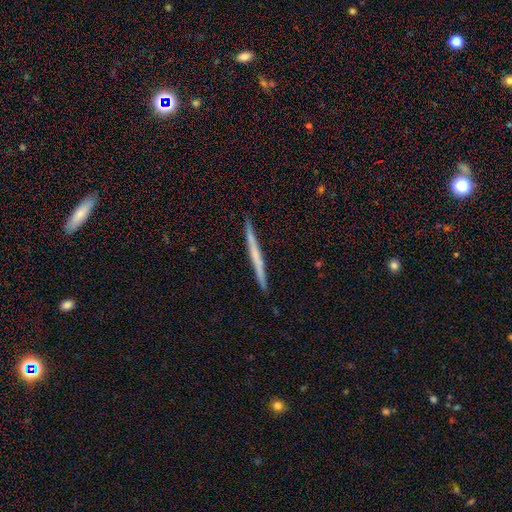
Smooth or featured? 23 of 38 (61%) said featured or disk. Edge-on disk? 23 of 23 (100%) said yes. Edge-on bulge? 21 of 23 (91%) said none. Merging? 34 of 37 (92%) said none.